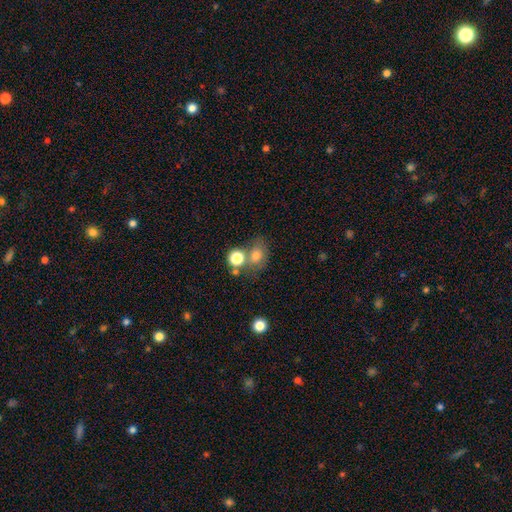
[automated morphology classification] A smooth galaxy with no disk features (73%) that is round (52%). Merging: none (51%).